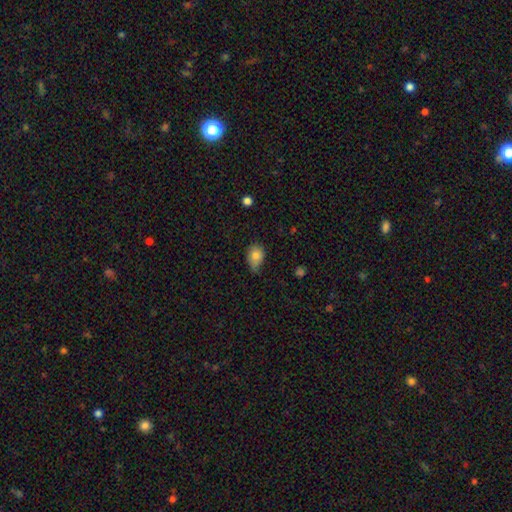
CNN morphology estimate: Smooth or featured?
  - smooth: 80% *
  - featured or disk: 11%
  - star or artifact: 9%
How rounded?
  - in between: 67% *
  - round: 32%
  - cigar-shaped: 1%
Merging?
  - none: 45% *
  - minor disturbance: 43%
  - major disturbance: 9%
  - merger: 2%